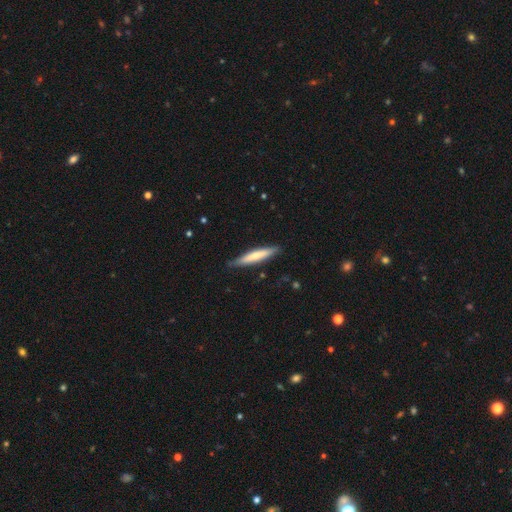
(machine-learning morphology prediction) type=smooth (62%); roundness=cigar-shaped (91%); merging=none (86%).